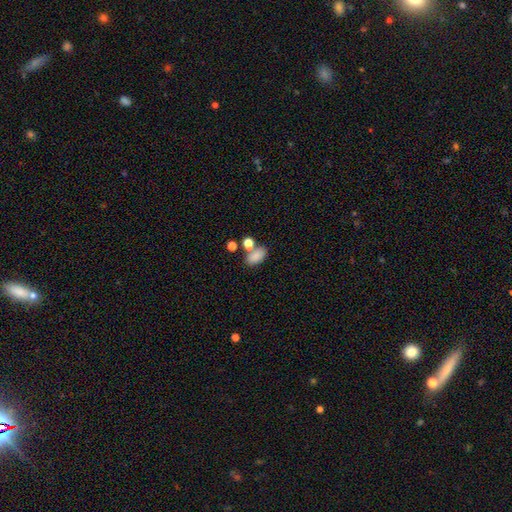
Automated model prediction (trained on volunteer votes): smooth-or-featured: smooth: 81% | star or artifact: 10% | featured or disk: 9%
  how-rounded: in between: 89% | round: 8% | cigar-shaped: 3%
  merging: none: 53% | merger: 29% | minor disturbance: 13% | major disturbance: 6%